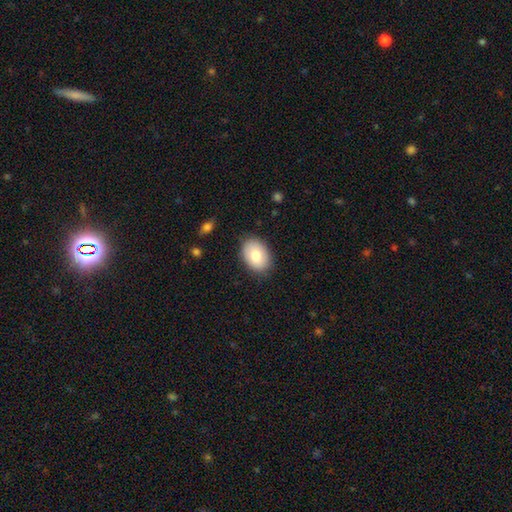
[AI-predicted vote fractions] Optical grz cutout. It shows a smooth galaxy with no disk features (79%) that is in between round and cigar-shaped (81%). Merging: none (85%).